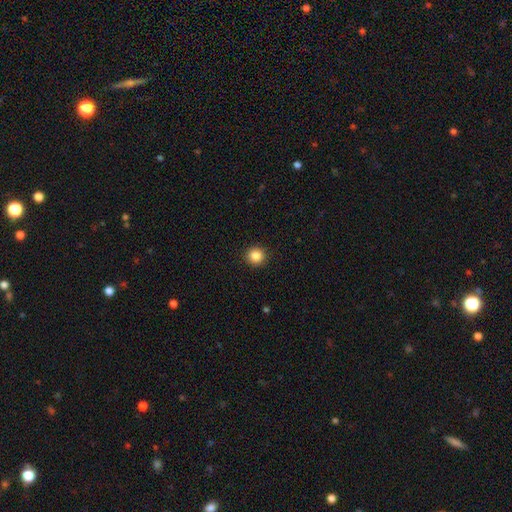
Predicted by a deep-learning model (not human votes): smooth_or_featured: smooth (p=0.86) [alt: star or artifact p=0.10]
how_rounded: round (p=0.94) [alt: in between p=0.05]
merging: none (p=0.93) [alt: minor disturbance p=0.05]